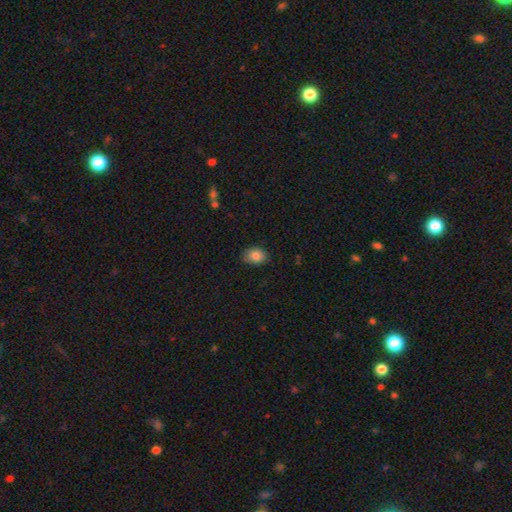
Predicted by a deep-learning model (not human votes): smooth-or-featured: smooth: 85% | star or artifact: 9% | featured or disk: 7%
  how-rounded: in between: 70% | round: 29% | cigar-shaped: 1%
  merging: none: 80% | minor disturbance: 16% | major disturbance: 3% | merger: 1%